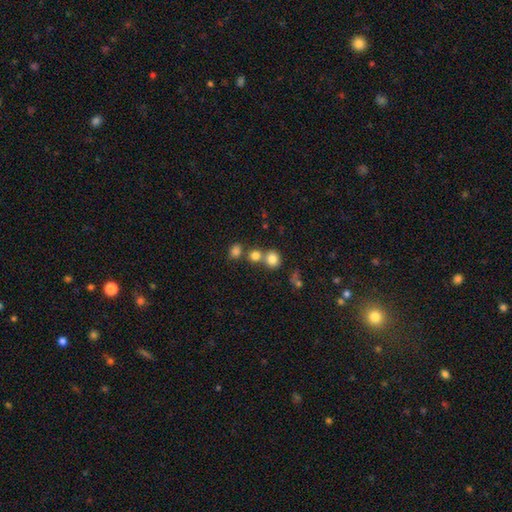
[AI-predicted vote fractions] This appears to be a smooth galaxy with no disk features (78%) that is round (82%). Merging: none (54%).